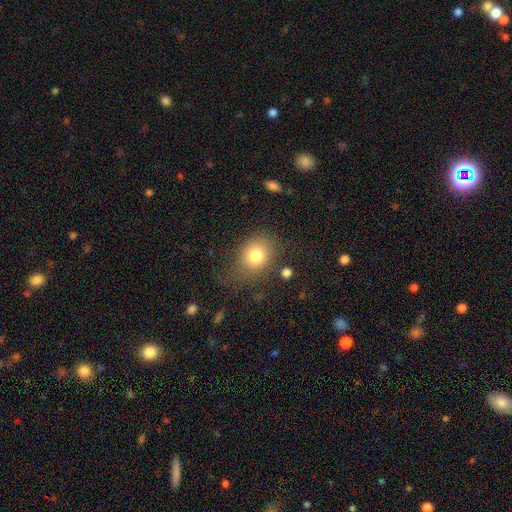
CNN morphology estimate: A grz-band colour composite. It shows a smooth galaxy with no disk features (79%) that is round (51%). Merging: none (61%).